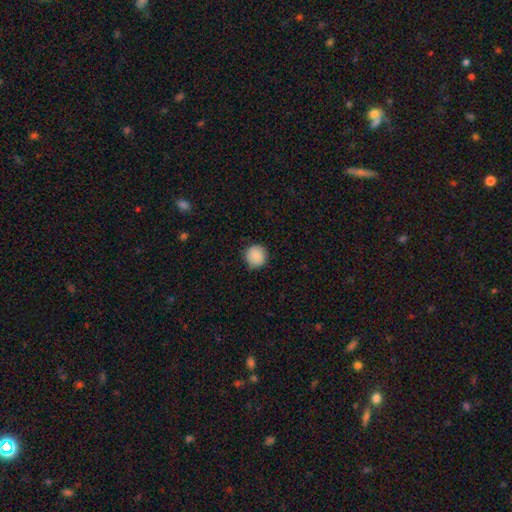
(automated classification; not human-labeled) Q: Smooth or featured?
A: smooth (89%); runner-up: star or artifact (8%)
Q: How rounded?
A: round (95%); runner-up: in between (4%)
Q: Merging?
A: none (90%); runner-up: minor disturbance (8%)